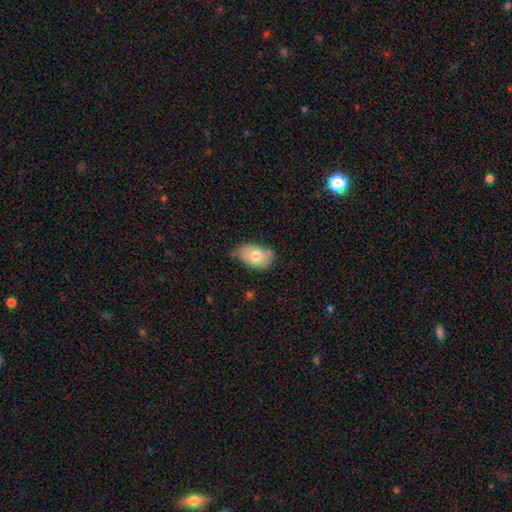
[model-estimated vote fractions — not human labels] smooth 73%, featured or disk 20%, star or artifact 7%. Down the decision tree: how rounded — in between (87%); merging — none (57%).